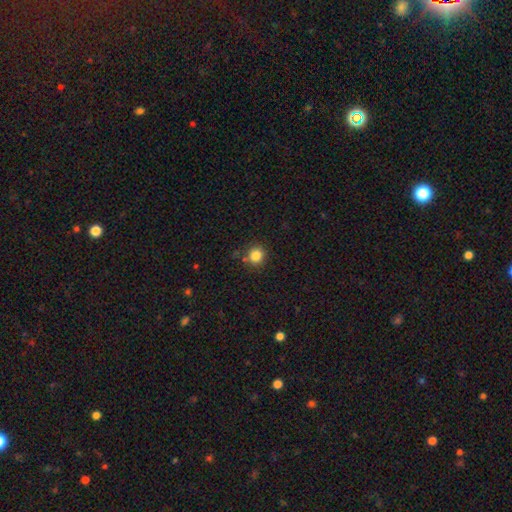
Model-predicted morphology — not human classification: smooth-or-featured: smooth: 83% | star or artifact: 12% | featured or disk: 5%
  how-rounded: round: 89% | in between: 10% | cigar-shaped: 1%
  merging: none: 82% | minor disturbance: 10% | merger: 5% | major disturbance: 3%